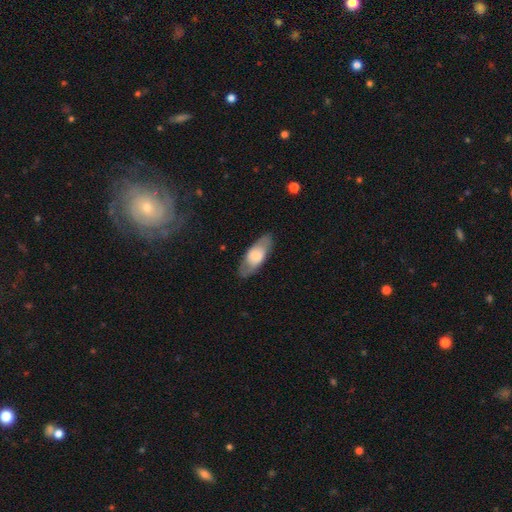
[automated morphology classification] Smooth or featured? smooth (57%)
How rounded? in between (80%)
Merging? none (82%)